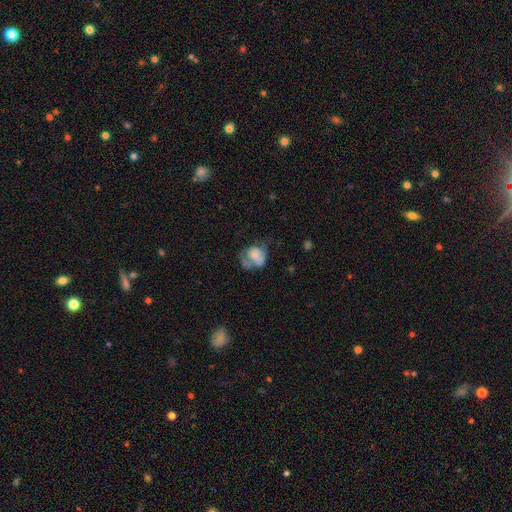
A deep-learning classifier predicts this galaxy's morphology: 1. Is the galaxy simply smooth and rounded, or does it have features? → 58% smooth, 32% featured or disk, 10% star or artifact.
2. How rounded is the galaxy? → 52% round, 47% in between, 1% cigar-shaped.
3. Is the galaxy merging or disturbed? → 33% major disturbance, 26% none, 25% minor disturbance, 16% merger.